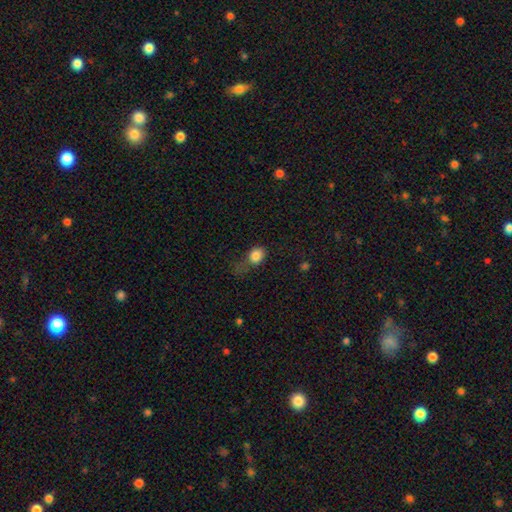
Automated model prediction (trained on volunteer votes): Morphology: type=smooth (83%); roundness=in between (51%); merging=none (36%).